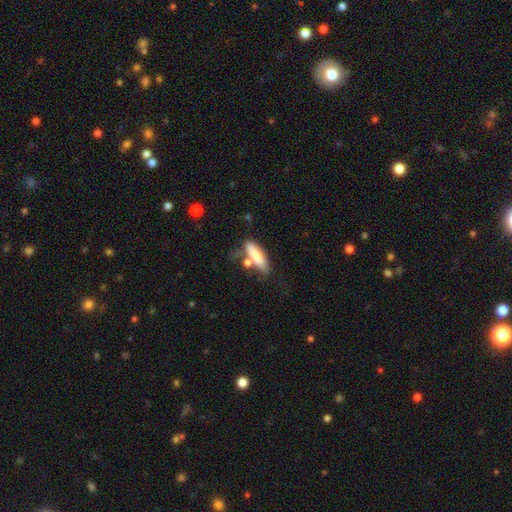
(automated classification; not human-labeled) A smooth galaxy with no disk features (75%) that is cigar-shaped (52%).

Vote fractions:
- Smooth or featured? smooth: 75% / featured or disk: 18% / star or artifact: 6%
- How rounded? cigar-shaped: 52% / in between: 45% / round: 2%
- Merging? none: 52% / merger: 21% / minor disturbance: 19% / major disturbance: 8%